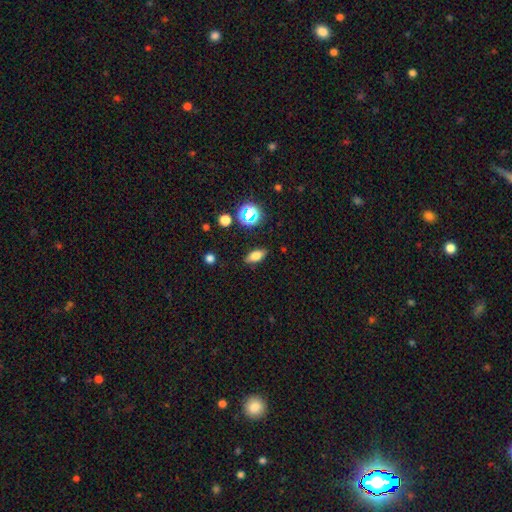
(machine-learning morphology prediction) This appears to be a smooth galaxy with no disk features (70%) that is in between round and cigar-shaped (76%). Merging: none (86%).